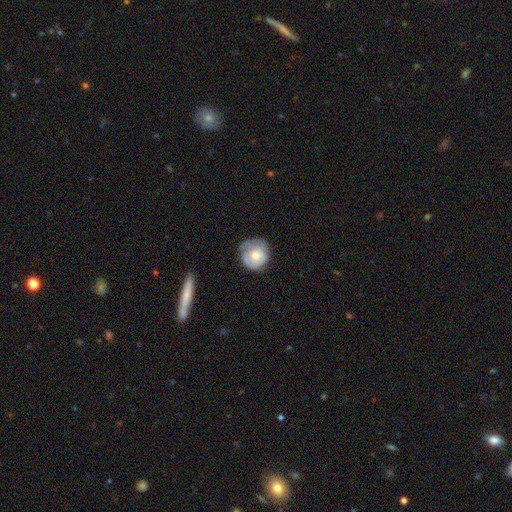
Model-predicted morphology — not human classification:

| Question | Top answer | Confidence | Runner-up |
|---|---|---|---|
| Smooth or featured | smooth | 63% | featured or disk (30%) |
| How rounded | round | 89% | in between (10%) |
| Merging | none | 64% | minor disturbance (26%) |